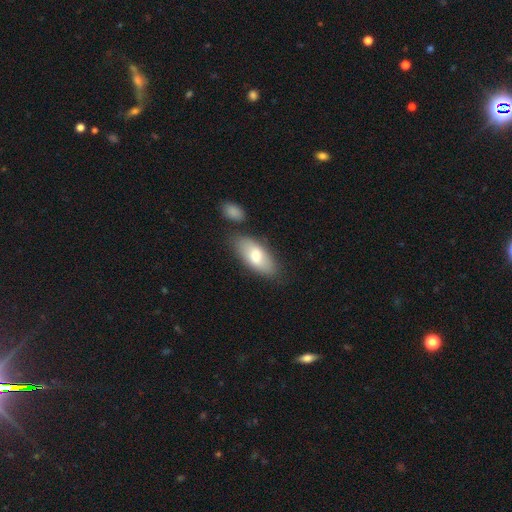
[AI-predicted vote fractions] Smooth or featured? Predicted: smooth (p=0.72). How rounded? Predicted: in between (p=0.87). Merging? Predicted: none (p=0.74).